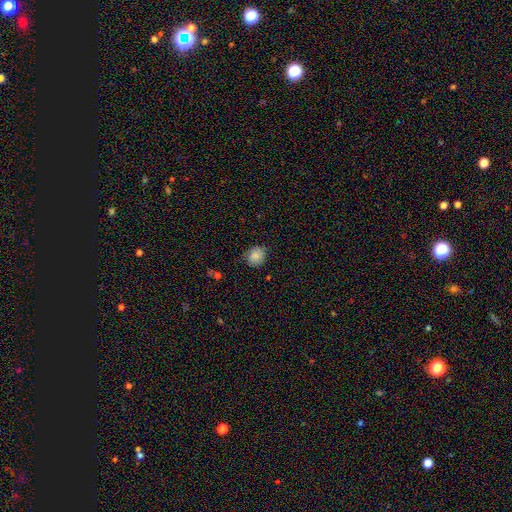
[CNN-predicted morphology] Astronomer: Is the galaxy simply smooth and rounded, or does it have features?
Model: smooth — 83%.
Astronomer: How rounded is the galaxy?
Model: round — 63%.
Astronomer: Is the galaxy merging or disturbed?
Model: none — 72%.